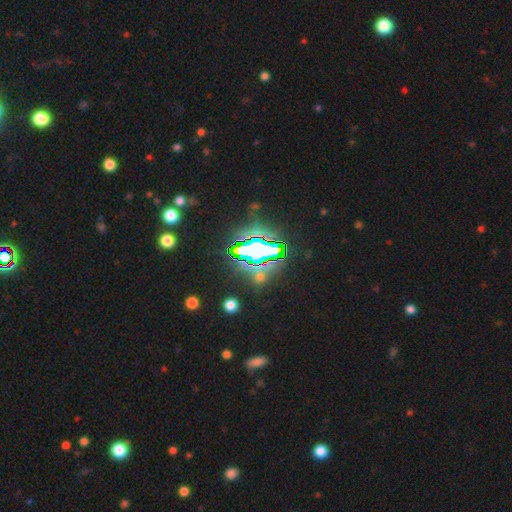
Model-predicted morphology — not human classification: type=star or artifact (79%).